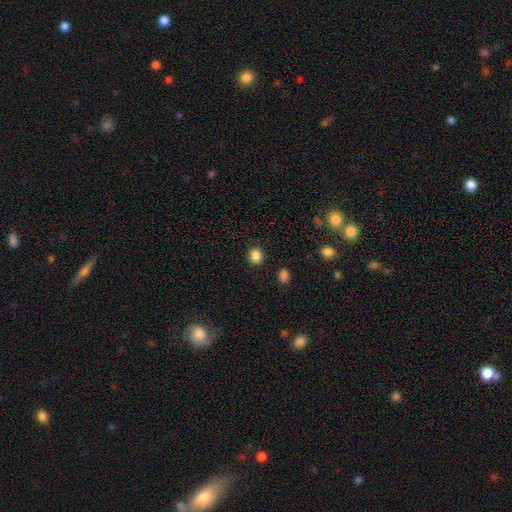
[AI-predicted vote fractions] smooth_or_featured: smooth (p=0.85) [alt: star or artifact p=0.11]
how_rounded: round (p=0.86) [alt: in between p=0.13]
merging: none (p=0.91) [alt: minor disturbance p=0.05]